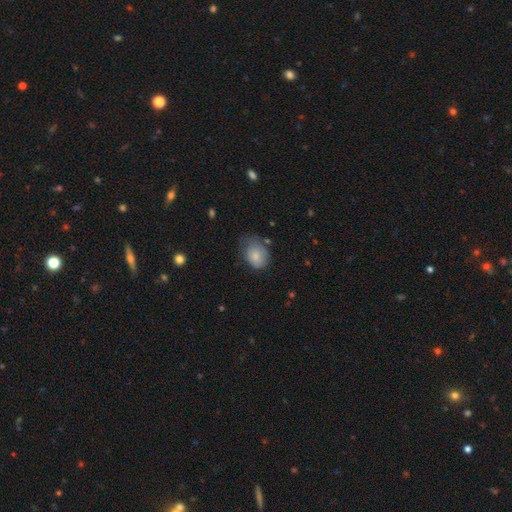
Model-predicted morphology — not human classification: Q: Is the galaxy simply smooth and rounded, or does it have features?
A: smooth — 77%.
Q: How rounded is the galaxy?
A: in between — 66%.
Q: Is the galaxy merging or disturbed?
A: minor disturbance — 39%, tied with none.